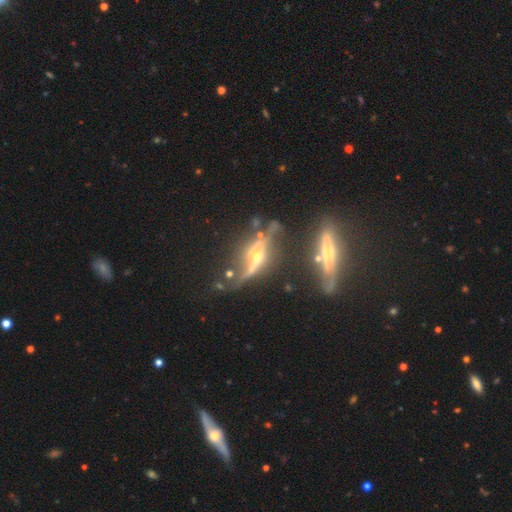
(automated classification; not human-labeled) A featured or disk galaxy (82%) viewed edge-on (58%). Merging: none (46%).